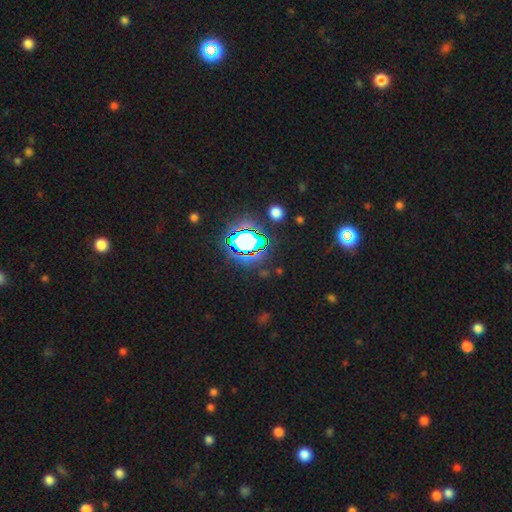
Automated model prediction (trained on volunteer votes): smooth_or_featured: star or artifact (p=0.84) [alt: smooth p=0.10]